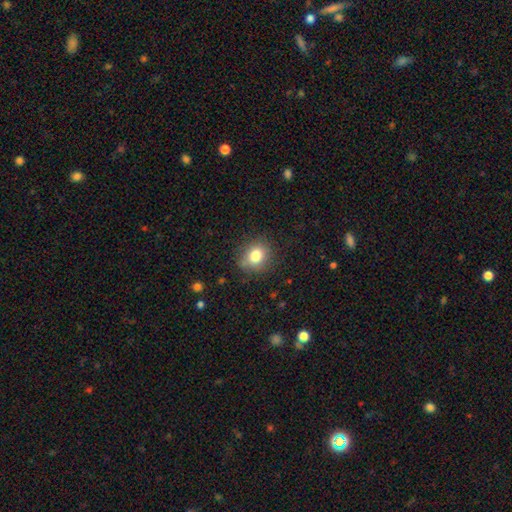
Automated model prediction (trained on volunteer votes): smooth_or_featured: smooth (p=0.80) [alt: star or artifact p=0.11]
how_rounded: round (p=0.75) [alt: in between p=0.24]
merging: none (p=0.82) [alt: minor disturbance p=0.13]